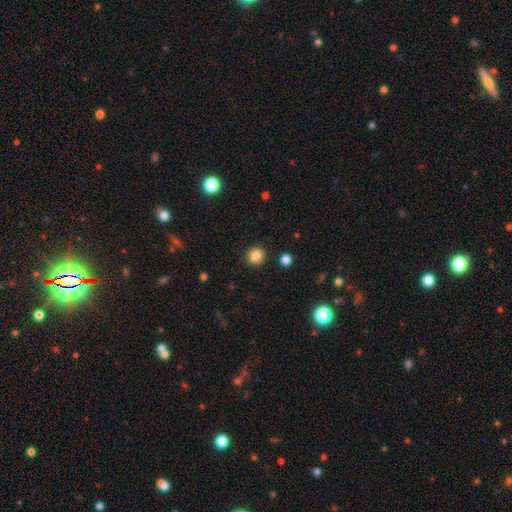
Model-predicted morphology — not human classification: Q: Smooth or featured?
A: smooth (84%); runner-up: star or artifact (11%)
Q: How rounded?
A: round (93%); runner-up: in between (6%)
Q: Merging?
A: none (92%); runner-up: minor disturbance (5%)